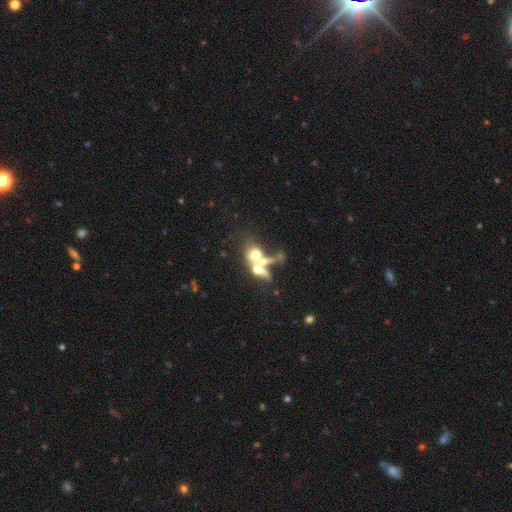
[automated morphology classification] Smooth or featured?
  - smooth: 51% *
  - featured or disk: 34%
  - star or artifact: 15%
How rounded?
  - round: 47% *
  - in between: 45%
  - cigar-shaped: 7%
Merging?
  - merger: 61% *
  - none: 21%
  - major disturbance: 12%
  - minor disturbance: 7%